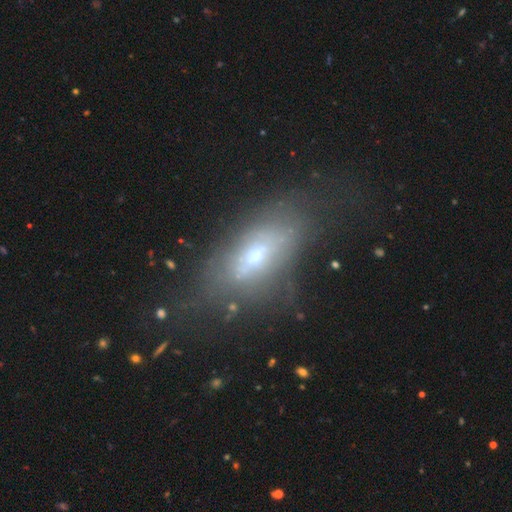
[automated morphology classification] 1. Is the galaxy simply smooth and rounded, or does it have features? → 45% featured or disk, 43% smooth, 12% star or artifact.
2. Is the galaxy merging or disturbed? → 48% none, 25% minor disturbance, 23% major disturbance, 4% merger.